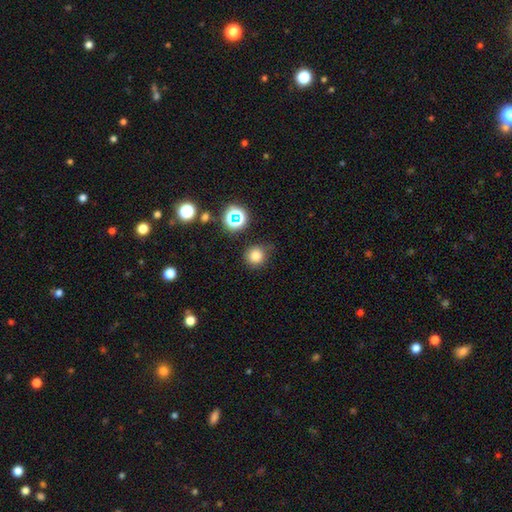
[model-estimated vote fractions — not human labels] This appears to be a smooth galaxy with no disk features (78%) that is round (92%). Merging: none (76%).